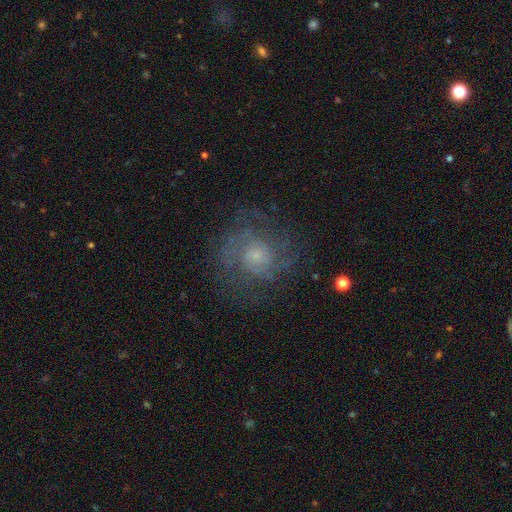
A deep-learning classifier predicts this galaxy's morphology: Smooth or featured? Predicted: featured or disk (p=0.65). Edge-on disk? Predicted: no (p=0.97). Bar? Predicted: no (p=0.79). Spiral arms? Predicted: yes (p=0.82). Spiral winding? Predicted: tight (p=0.49). Spiral arm count? Predicted: can't tell (p=0.45). Bulge size? Predicted: small (p=0.53). Merging? Predicted: none (p=0.71).